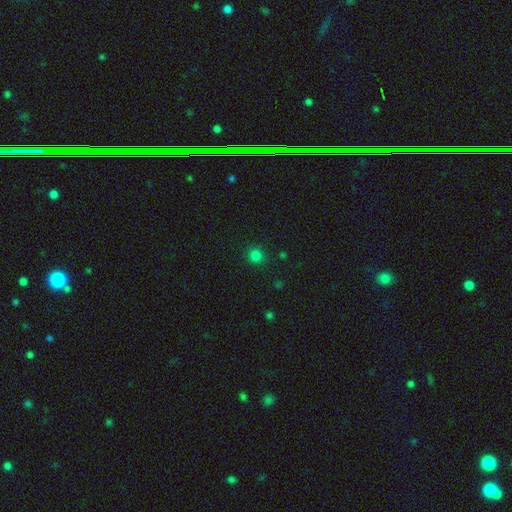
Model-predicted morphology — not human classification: Smooth or featured: smooth — 80% (star or artifact — 16%)
How rounded: round — 92% (in between — 7%)
Merging: none — 90% (minor disturbance — 7%)